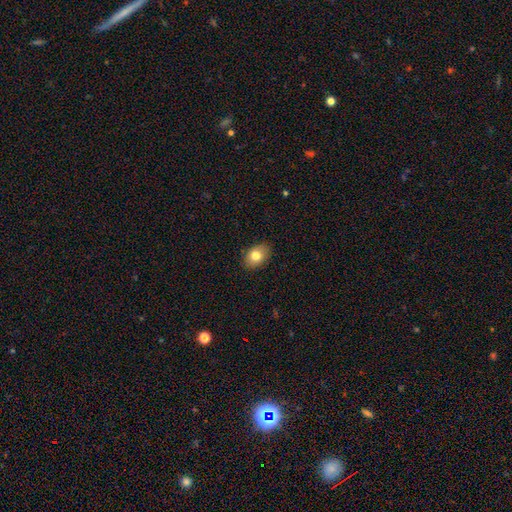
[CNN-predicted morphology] type=smooth (80%); roundness=in between (74%); merging=none (88%).